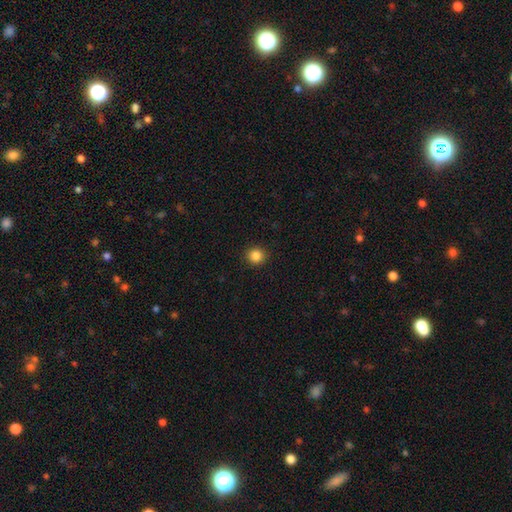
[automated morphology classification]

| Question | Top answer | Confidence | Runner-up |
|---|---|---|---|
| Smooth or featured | smooth | 86% | star or artifact (11%) |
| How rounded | round | 93% | in between (6%) |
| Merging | none | 92% | minor disturbance (5%) |